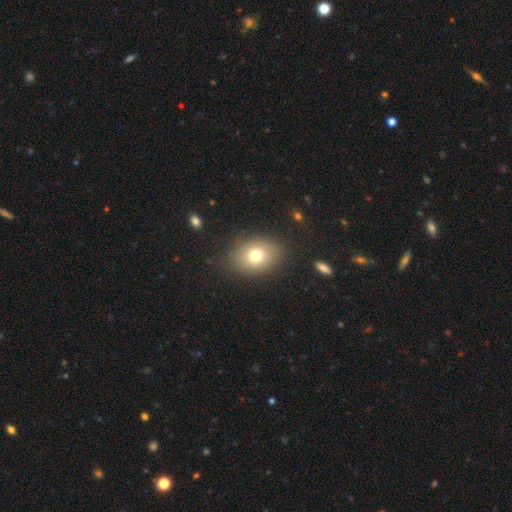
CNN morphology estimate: Smooth or featured?
  - smooth: 75% *
  - featured or disk: 14%
  - star or artifact: 11%
How rounded?
  - in between: 64% *
  - round: 35%
  - cigar-shaped: 1%
Merging?
  - none: 84% *
  - minor disturbance: 11%
  - major disturbance: 4%
  - merger: 1%